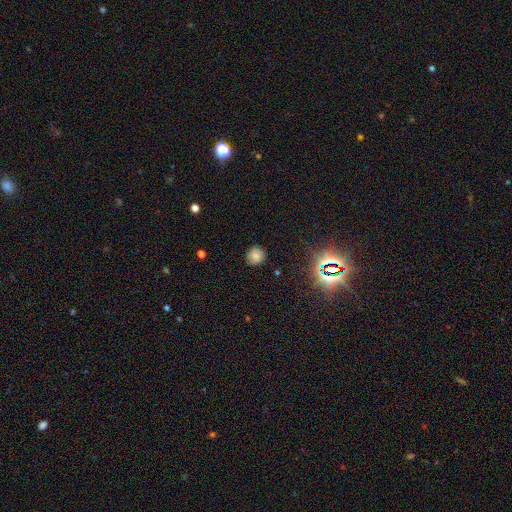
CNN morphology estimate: smooth-or-featured: smooth: 70% | star or artifact: 19% | featured or disk: 11%
  how-rounded: round: 85% | in between: 13% | cigar-shaped: 1%
  merging: none: 80% | minor disturbance: 15% | major disturbance: 3% | merger: 1%